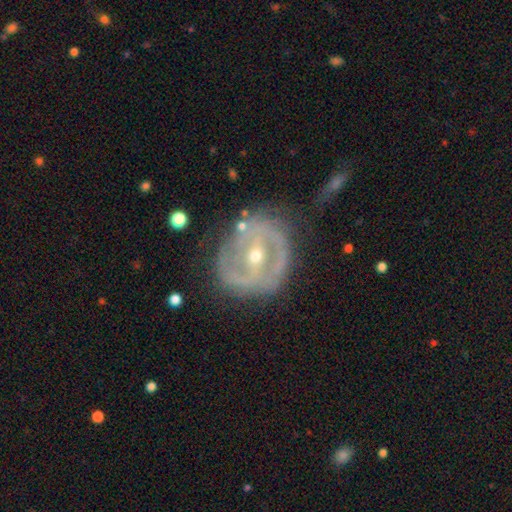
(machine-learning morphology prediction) A featured or disk galaxy (82%) with a strong bar (42%), 2 (56%) tight (50%) spiral arms (73%) and a small central bulge (55%). Merging: none (65%).